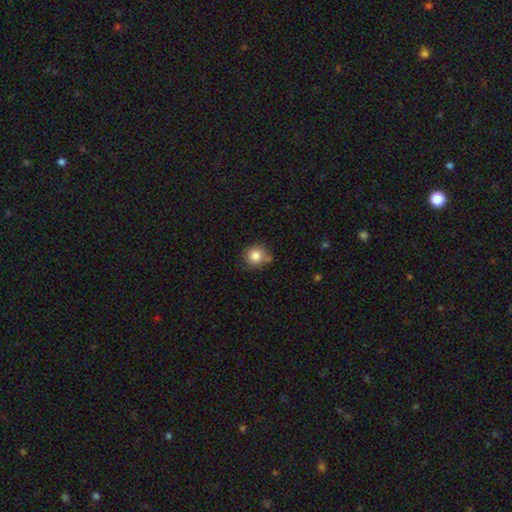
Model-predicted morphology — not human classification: This is clearly a smooth galaxy (82%). How rounded: clearly round (89%). Merging: likely none (71%).